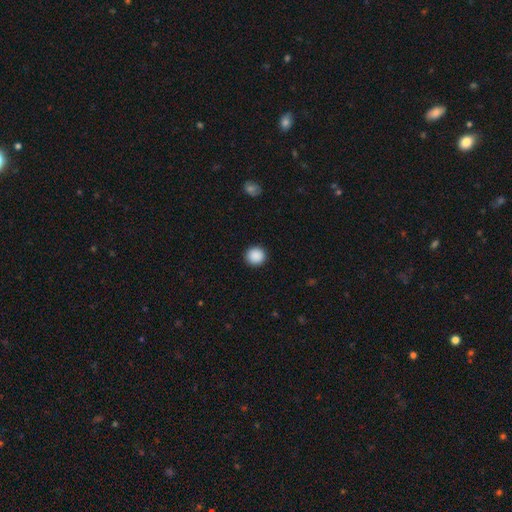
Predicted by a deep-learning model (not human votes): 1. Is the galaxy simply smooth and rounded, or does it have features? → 90% smooth, 8% star or artifact, 2% featured or disk.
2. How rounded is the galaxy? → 94% round, 5% in between, 1% cigar-shaped.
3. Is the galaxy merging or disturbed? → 93% none, 5% minor disturbance, 2% major disturbance, 1% merger.